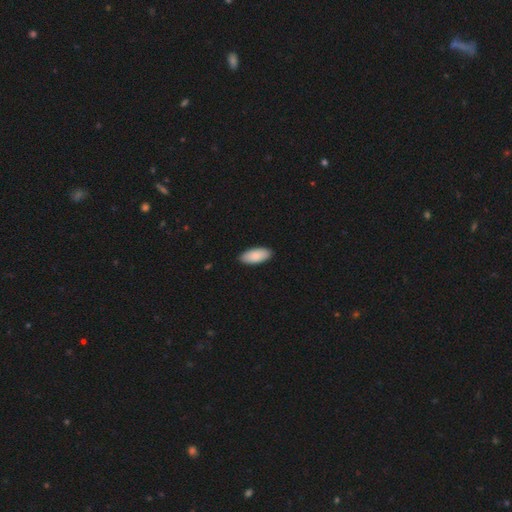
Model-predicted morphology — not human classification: Smooth or featured: smooth — 90% (star or artifact — 5%)
How rounded: in between — 90% (cigar-shaped — 9%)
Merging: none — 90% (minor disturbance — 7%)